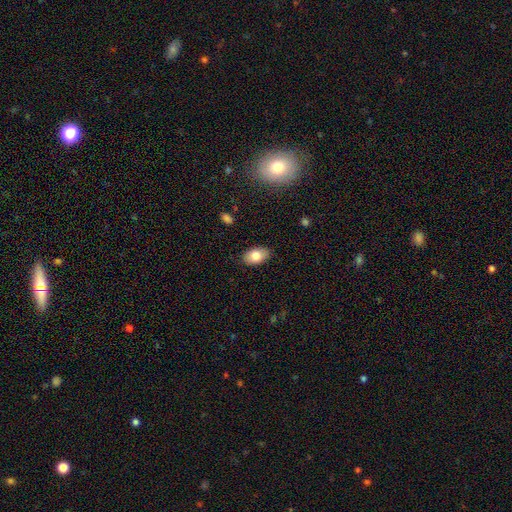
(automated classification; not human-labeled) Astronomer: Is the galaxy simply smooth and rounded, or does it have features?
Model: smooth — 80%.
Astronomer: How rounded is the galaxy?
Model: in between — 91%.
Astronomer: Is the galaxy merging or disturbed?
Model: none — 87%.